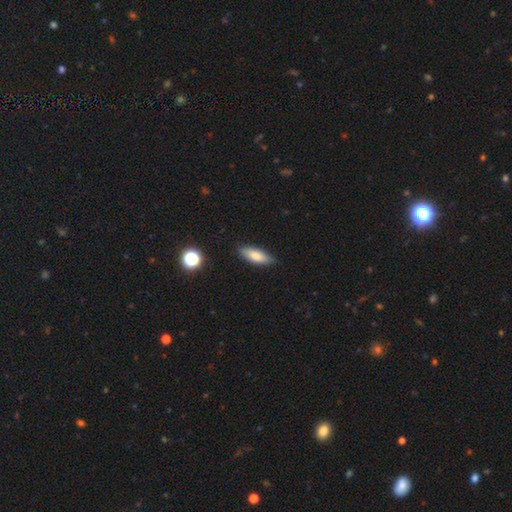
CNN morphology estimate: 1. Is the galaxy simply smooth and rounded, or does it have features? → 79% smooth, 14% featured or disk, 7% star or artifact.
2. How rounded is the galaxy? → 66% in between, 32% cigar-shaped, 2% round.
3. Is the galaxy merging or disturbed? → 83% none, 13% minor disturbance, 2% major disturbance, 1% merger.